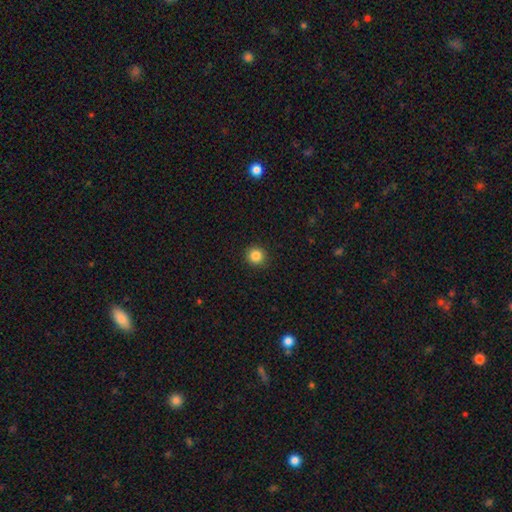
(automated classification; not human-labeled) This is clearly a smooth galaxy (85%). How rounded: clearly round (94%). Merging: clearly none (92%).